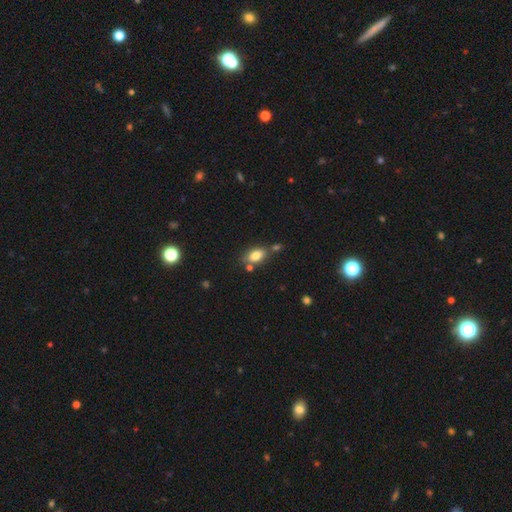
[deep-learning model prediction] This is likely a smooth galaxy (78%). How rounded: clearly in between (86%). Merging: likely none (63%).